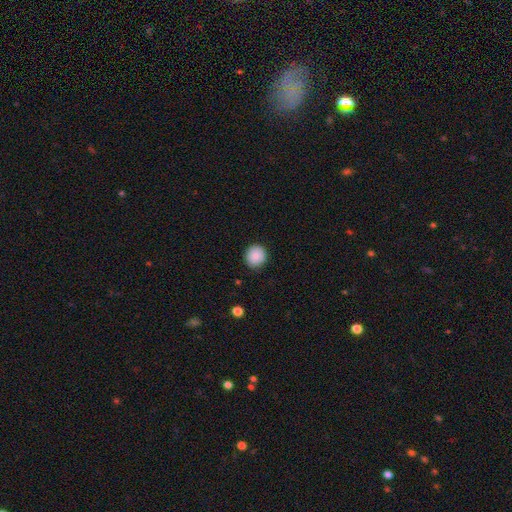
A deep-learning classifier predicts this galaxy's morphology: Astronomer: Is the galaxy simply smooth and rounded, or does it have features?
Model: smooth — 87%.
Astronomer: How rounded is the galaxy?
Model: round — 92%.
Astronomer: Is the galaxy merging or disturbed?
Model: none — 90%.